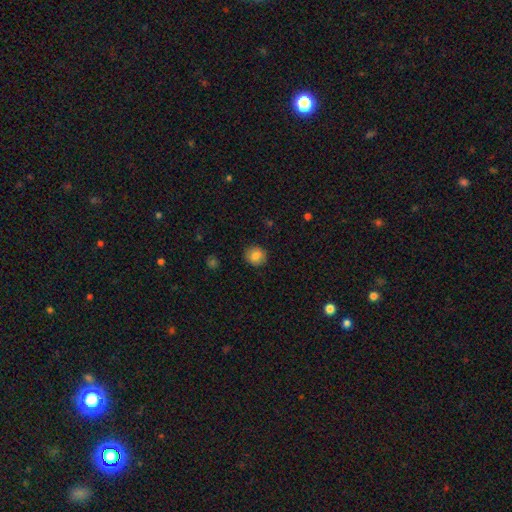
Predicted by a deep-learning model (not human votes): A smooth galaxy with no disk features (80%) that is round (85%).

Vote fractions:
- Smooth or featured? smooth: 80% / featured or disk: 11% / star or artifact: 9%
- How rounded? round: 85% / in between: 14% / cigar-shaped: 1%
- Merging? none: 88% / minor disturbance: 9% / major disturbance: 2% / merger: 1%